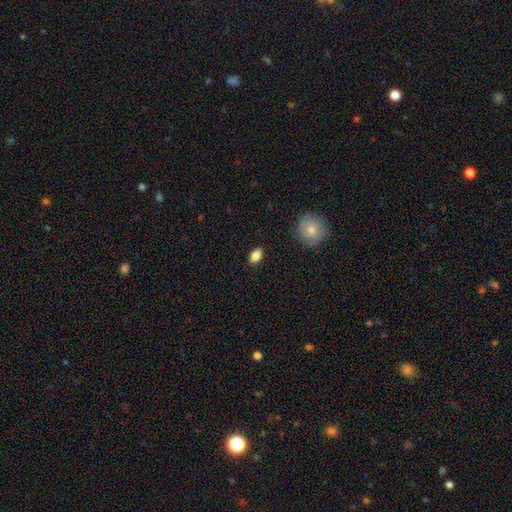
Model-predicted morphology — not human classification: Smooth or featured? smooth (83%)
How rounded? in between (86%)
Merging? none (87%)